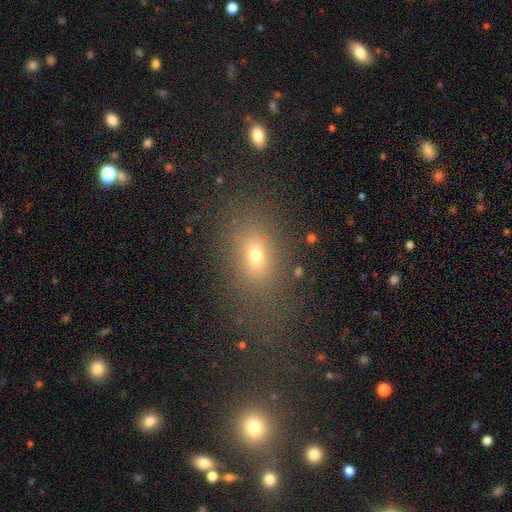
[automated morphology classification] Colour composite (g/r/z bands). It shows a smooth galaxy with no disk features (65%) that is in between round and cigar-shaped (73%). Merging: none (69%).